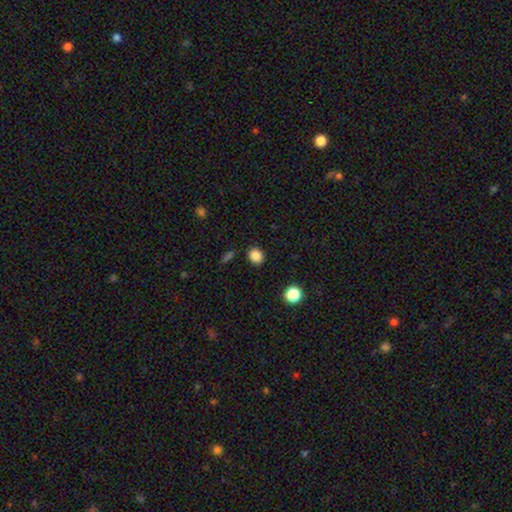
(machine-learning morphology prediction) smooth-or-featured: smooth: 86% | star or artifact: 11% | featured or disk: 3%
  how-rounded: round: 66% | in between: 33% | cigar-shaped: 1%
  merging: none: 87% | minor disturbance: 8% | major disturbance: 2% | merger: 2%